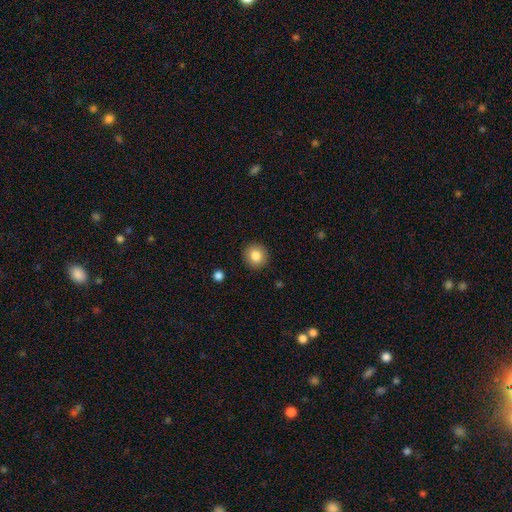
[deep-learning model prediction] Smooth or featured? Predicted: smooth (p=0.84). How rounded? Predicted: round (p=0.91). Merging? Predicted: none (p=0.91).